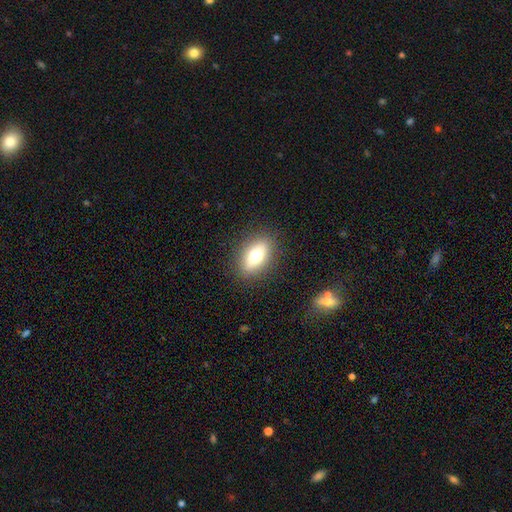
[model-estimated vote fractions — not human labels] Morphology: type=smooth (69%); roundness=in between (83%); merging=none (87%).